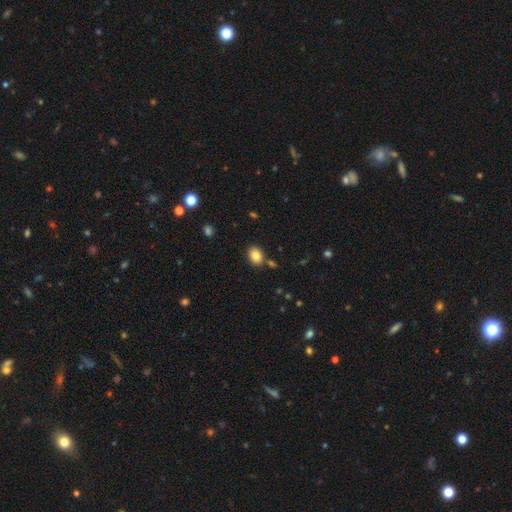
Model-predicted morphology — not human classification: This appears to be a smooth galaxy with no disk features (84%) that is in between round and cigar-shaped (62%). Merging: none (80%).